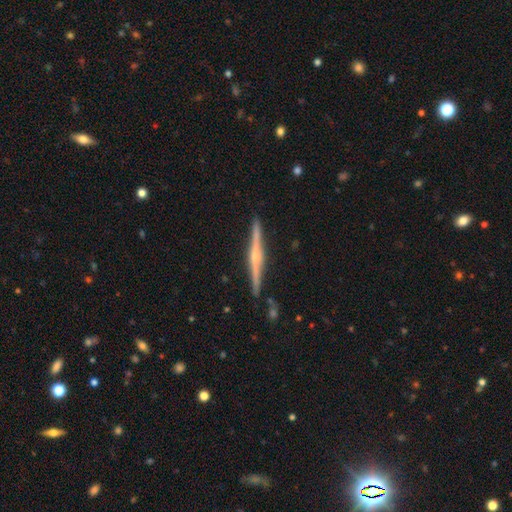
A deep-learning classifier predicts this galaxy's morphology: This appears to be a featured or disk galaxy (83%) viewed edge-on (98%) with a rounded central bulge (80%). Merging: none (90%).